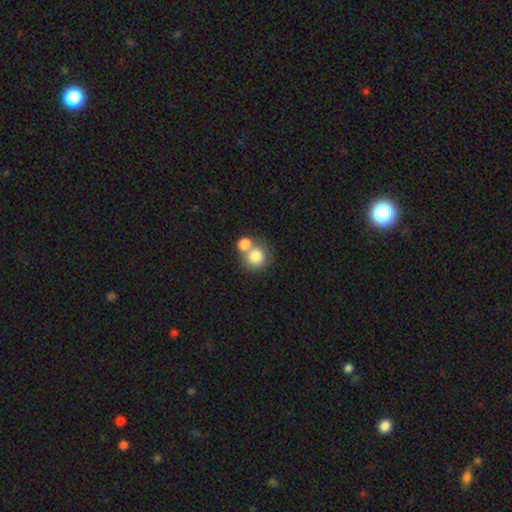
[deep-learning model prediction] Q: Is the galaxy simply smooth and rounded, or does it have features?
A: smooth — 80%.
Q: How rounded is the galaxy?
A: round — 87%.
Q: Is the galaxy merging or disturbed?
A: merger — 46%.